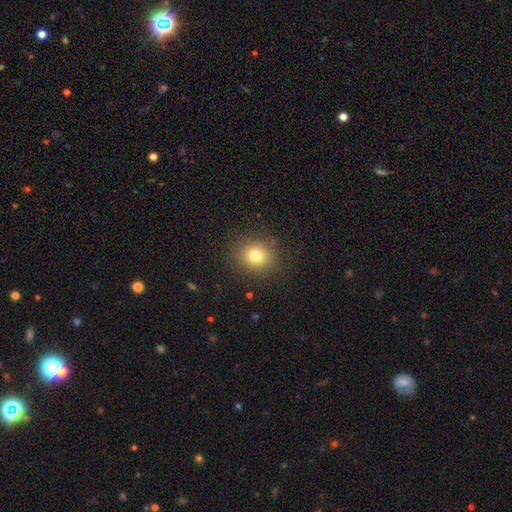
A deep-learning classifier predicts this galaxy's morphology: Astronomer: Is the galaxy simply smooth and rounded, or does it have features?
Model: smooth — 77%.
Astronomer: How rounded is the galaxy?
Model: round — 83%.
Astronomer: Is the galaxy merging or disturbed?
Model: none — 87%.